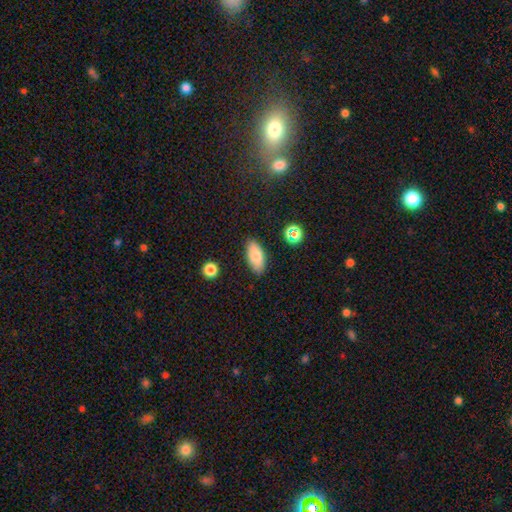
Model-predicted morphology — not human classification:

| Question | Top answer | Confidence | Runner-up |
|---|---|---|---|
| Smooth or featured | smooth | 81% | featured or disk (11%) |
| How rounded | in between | 86% | cigar-shaped (11%) |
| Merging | none | 85% | minor disturbance (11%) |